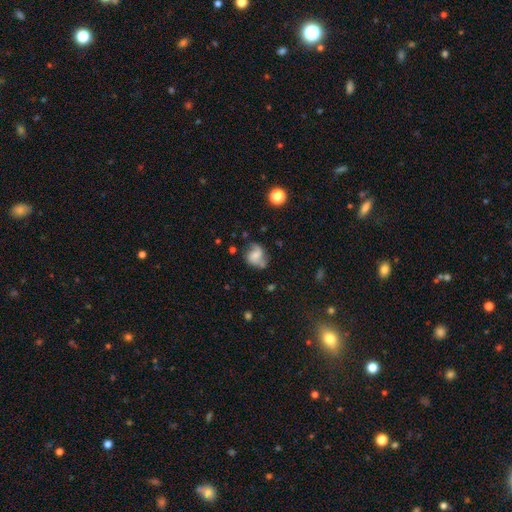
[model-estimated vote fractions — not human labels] A featured or disk galaxy (51%). Merging: none (51%).